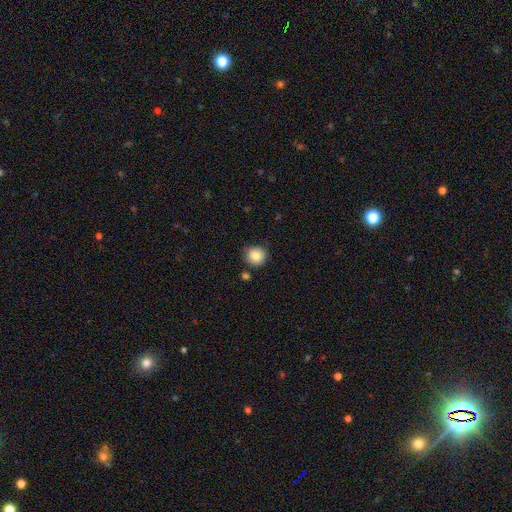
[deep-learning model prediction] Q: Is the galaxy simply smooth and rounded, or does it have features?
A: smooth — 86%.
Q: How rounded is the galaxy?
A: round — 89%.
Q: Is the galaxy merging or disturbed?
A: none — 82%.